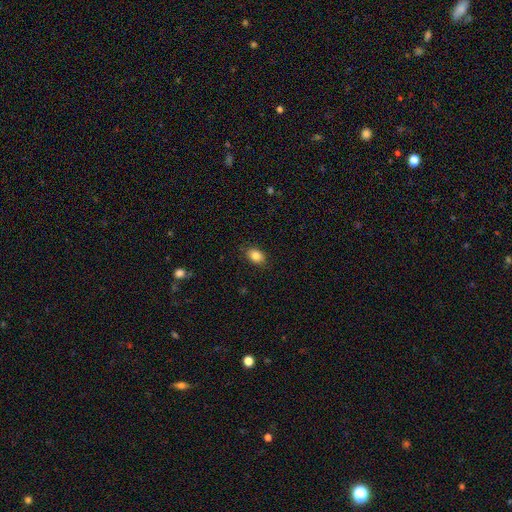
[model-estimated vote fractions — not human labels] A smooth galaxy with no disk features (85%) that is in between round and cigar-shaped (77%). Merging: none (86%).